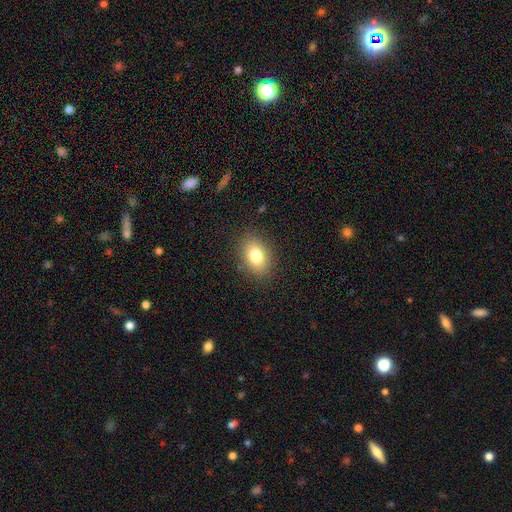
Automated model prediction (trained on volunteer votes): smooth 80%, featured or disk 10%, star or artifact 10%. Down the decision tree: how rounded — in between (78%); merging — none (86%).